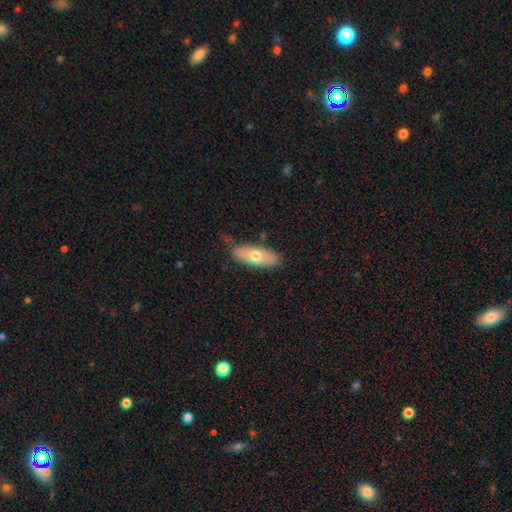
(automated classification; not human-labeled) smooth_or_featured: smooth (p=0.65) [alt: featured or disk p=0.29]
how_rounded: in between (p=0.75) [alt: cigar-shaped p=0.21]
merging: none (p=0.76) [alt: minor disturbance p=0.18]